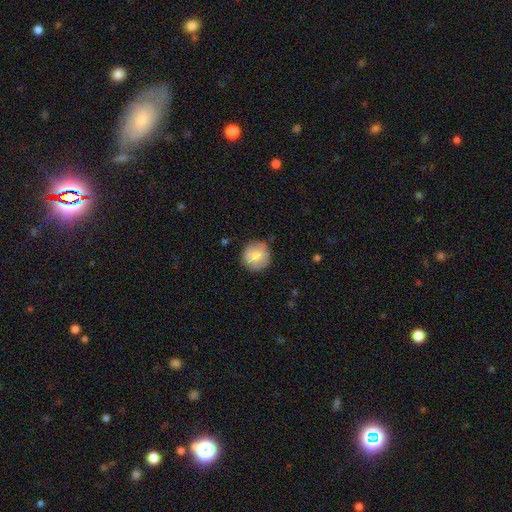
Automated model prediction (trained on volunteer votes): Smooth or featured? smooth (75%)
How rounded? round (92%)
Merging? none (80%)